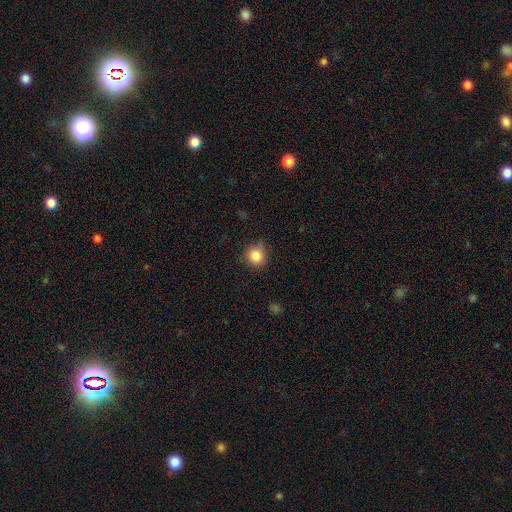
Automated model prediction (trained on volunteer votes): smooth-or-featured: smooth: 86% | star or artifact: 10% | featured or disk: 4%
  how-rounded: round: 91% | in between: 8% | cigar-shaped: 1%
  merging: none: 79% | minor disturbance: 16% | major disturbance: 3% | merger: 1%